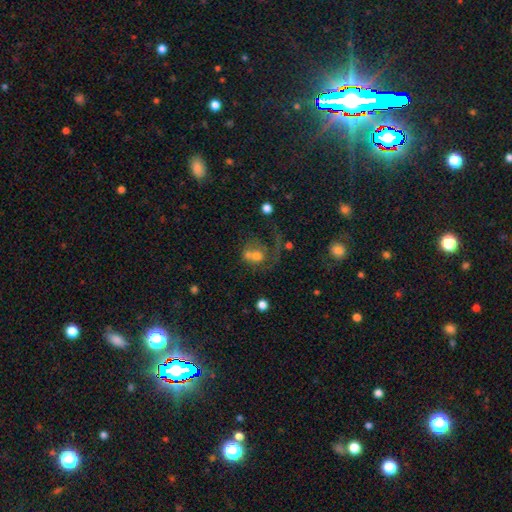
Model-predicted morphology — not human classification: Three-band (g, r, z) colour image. It shows a smooth galaxy with no disk features (53%) that is round (63%). Merging: merger (51%).